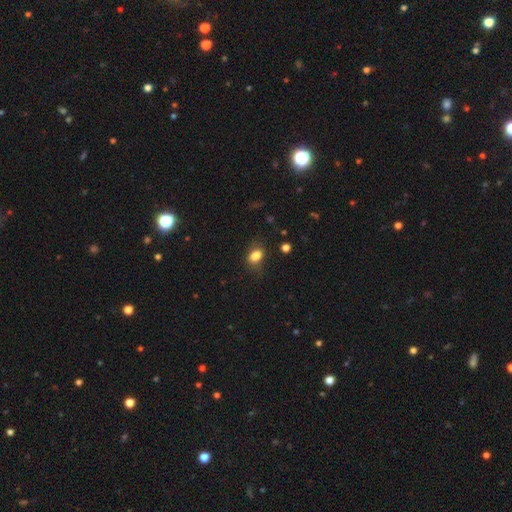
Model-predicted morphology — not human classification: Q: Smooth or featured?
A: smooth (82%); runner-up: star or artifact (10%)
Q: How rounded?
A: in between (79%); runner-up: round (19%)
Q: Merging?
A: none (63%); runner-up: minor disturbance (24%)